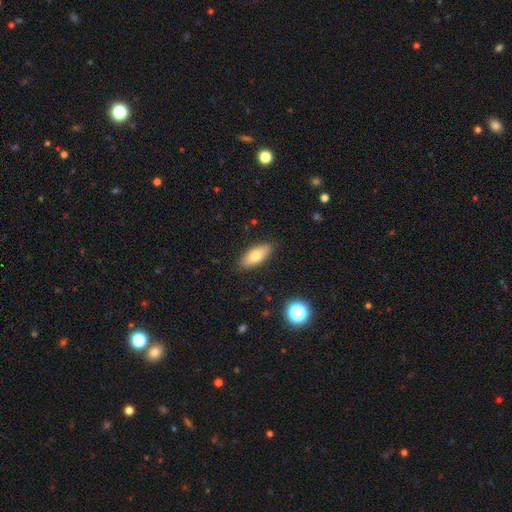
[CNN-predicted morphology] A smooth galaxy with no disk features (74%) that is in between round and cigar-shaped (83%). Merging: none (87%).